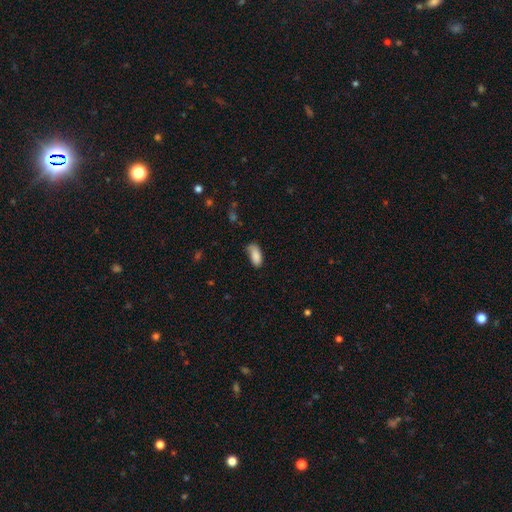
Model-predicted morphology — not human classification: smooth_or_featured: smooth (p=0.87) [alt: star or artifact p=0.07]
how_rounded: in between (p=0.90) [alt: cigar-shaped p=0.08]
merging: none (p=0.59) [alt: minor disturbance p=0.31]